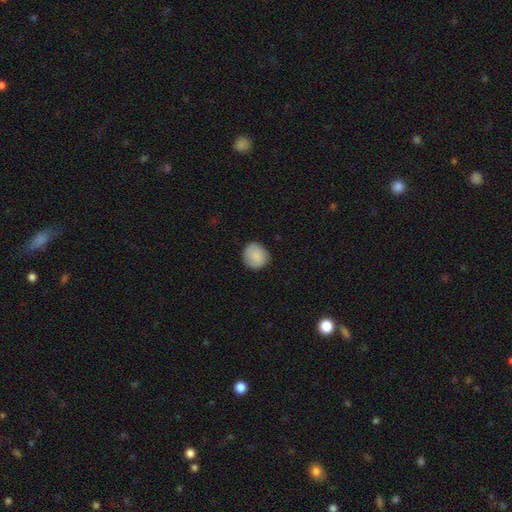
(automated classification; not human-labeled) The model was most divided on "merging": none: 83%, minor disturbance: 14%, major disturbance: 3%, merger: 1%. More confident: how rounded — round (86%); smooth or featured — smooth (85%).